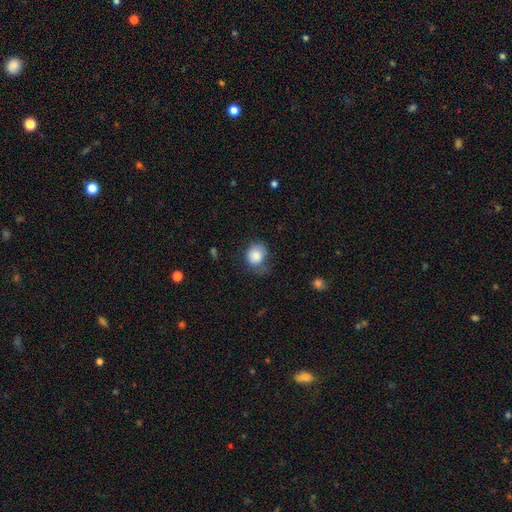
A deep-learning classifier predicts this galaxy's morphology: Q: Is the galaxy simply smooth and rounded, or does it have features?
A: smooth — 84%.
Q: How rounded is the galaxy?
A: round — 72%.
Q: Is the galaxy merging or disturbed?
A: none — 50%.